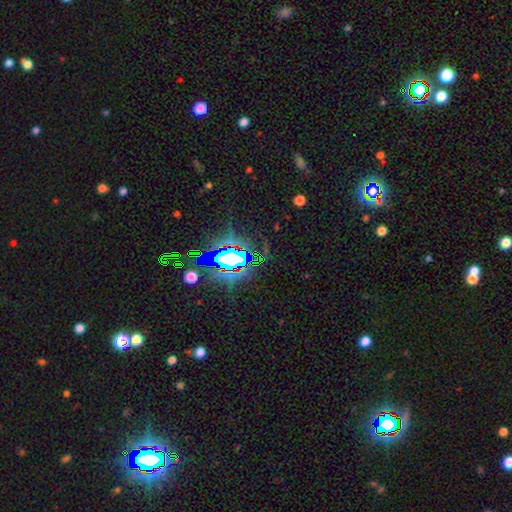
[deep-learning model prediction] A star or artifact, not a galaxy (79%).

Vote fractions:
- Smooth or featured? star or artifact: 79% / smooth: 11% / featured or disk: 10%